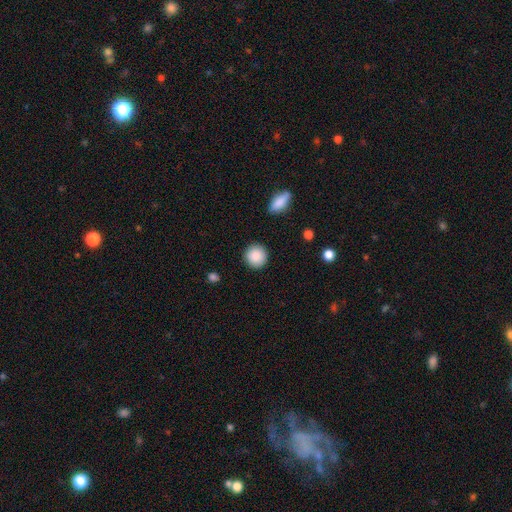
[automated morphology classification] A smooth galaxy with no disk features (88%) that is round (93%).

Vote fractions:
- Smooth or featured? smooth: 88% / star or artifact: 7% / featured or disk: 5%
- How rounded? round: 93% / in between: 6% / cigar-shaped: 1%
- Merging? none: 90% / minor disturbance: 6% / major disturbance: 2% / merger: 1%